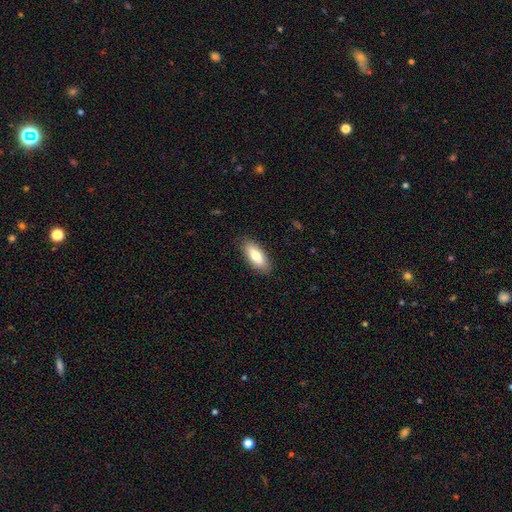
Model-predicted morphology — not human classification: smooth-or-featured: smooth: 76% | featured or disk: 18% | star or artifact: 6%
  how-rounded: in between: 78% | cigar-shaped: 20% | round: 2%
  merging: none: 87% | minor disturbance: 10% | major disturbance: 2% | merger: 1%